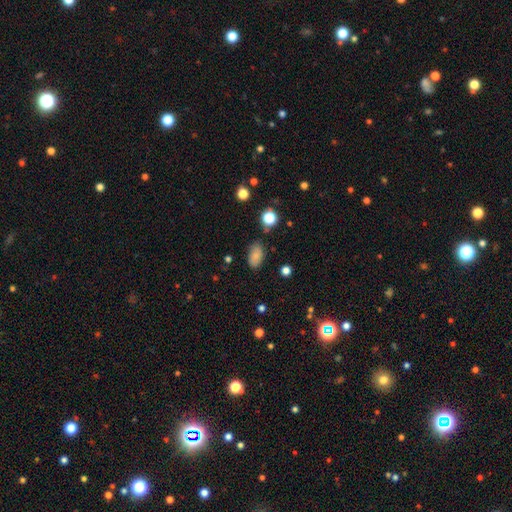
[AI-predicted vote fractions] Morphology: type=smooth (82%); roundness=in between (91%); merging=none (75%).